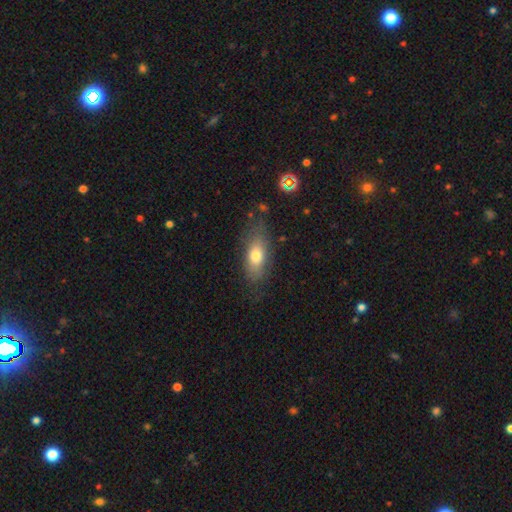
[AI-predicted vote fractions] smooth 72%, featured or disk 20%, star or artifact 8%. Down the decision tree: how rounded — in between (80%); merging — none (73%).